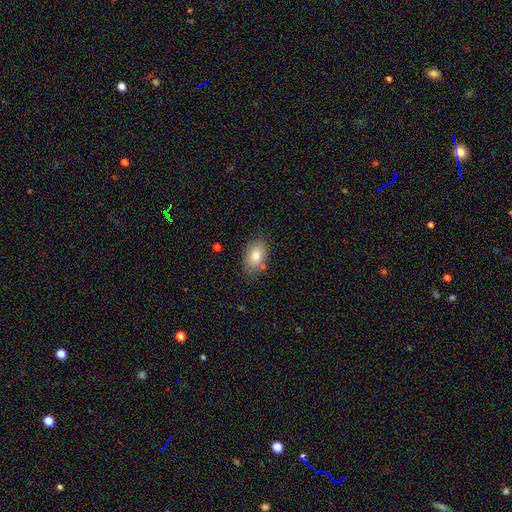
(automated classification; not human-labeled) Q: Smooth or featured?
A: smooth (79%); runner-up: featured or disk (13%)
Q: How rounded?
A: in between (89%); runner-up: round (9%)
Q: Merging?
A: none (78%); runner-up: minor disturbance (15%)